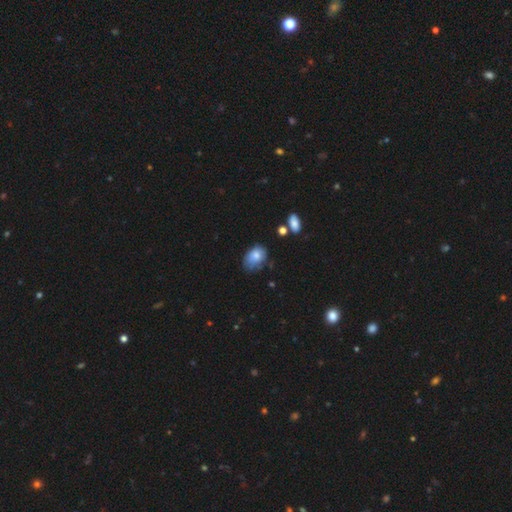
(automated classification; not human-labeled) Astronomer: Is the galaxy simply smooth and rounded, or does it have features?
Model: smooth — 76%.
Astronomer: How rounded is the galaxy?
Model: in between — 78%.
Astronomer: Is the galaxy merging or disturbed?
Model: none — 46% (runner-up: minor disturbance, 38%).